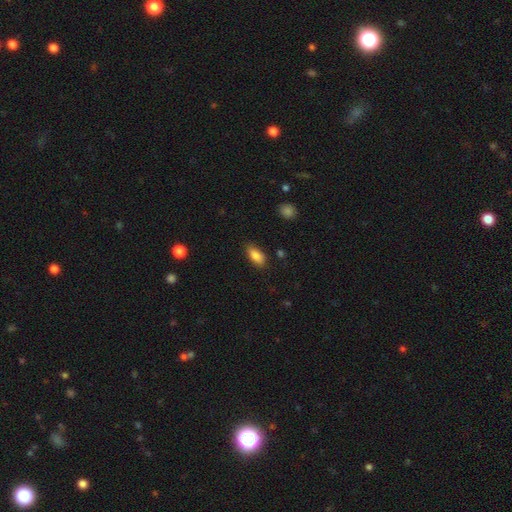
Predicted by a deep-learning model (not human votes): Q: Smooth or featured?
A: smooth (84%); runner-up: featured or disk (8%)
Q: How rounded?
A: in between (87%); runner-up: cigar-shaped (10%)
Q: Merging?
A: none (82%); runner-up: minor disturbance (14%)